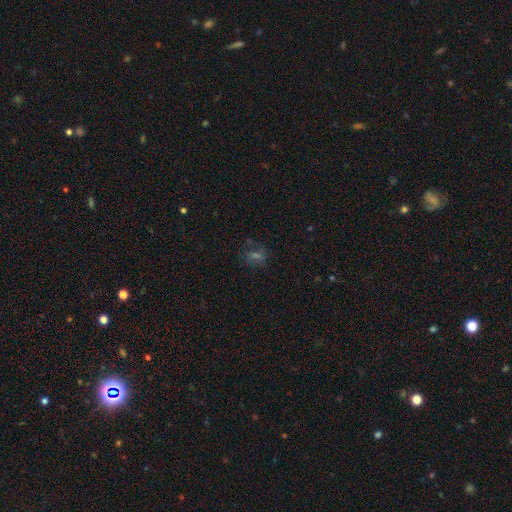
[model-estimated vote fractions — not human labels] This is marginally a smooth galaxy (39%). Merging: likely none (70%).